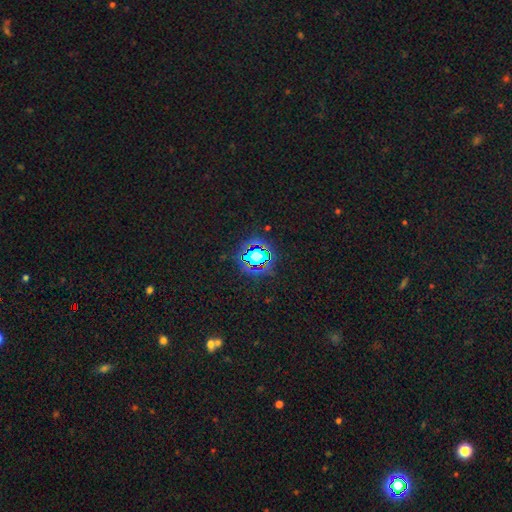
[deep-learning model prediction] This appears to be a star or artifact, not a galaxy (65%).